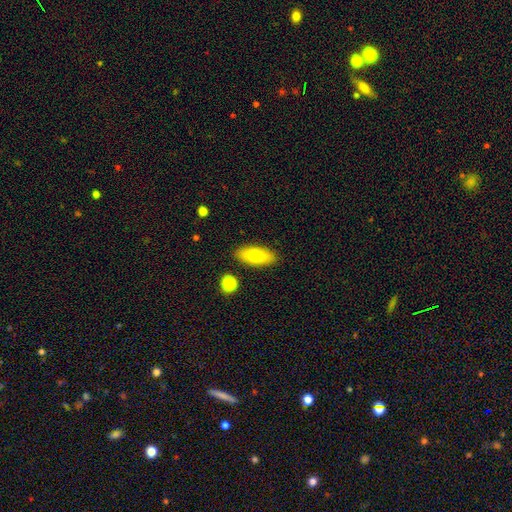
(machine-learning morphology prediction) Smooth or featured? smooth (73%)
How rounded? in between (82%)
Merging? none (88%)